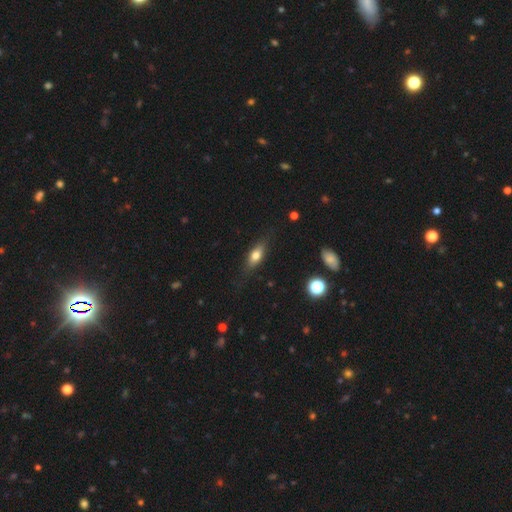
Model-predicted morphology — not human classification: Smooth or featured?
  - smooth: 64% *
  - featured or disk: 28%
  - star or artifact: 8%
How rounded?
  - in between: 64% *
  - cigar-shaped: 30%
  - round: 6%
Merging?
  - none: 78% *
  - minor disturbance: 16%
  - major disturbance: 5%
  - merger: 1%